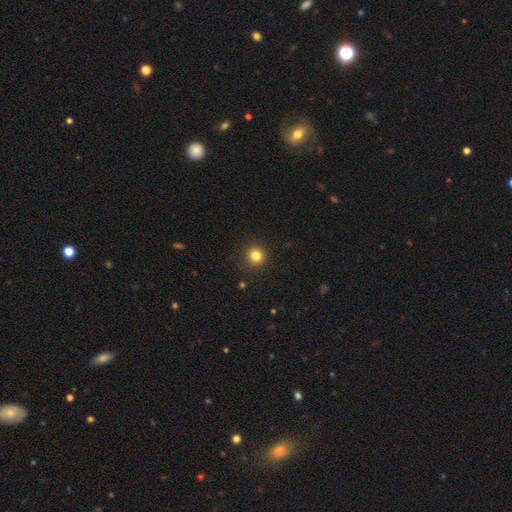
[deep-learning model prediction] This is clearly a smooth galaxy (82%). How rounded: clearly round (94%). Merging: clearly none (91%).